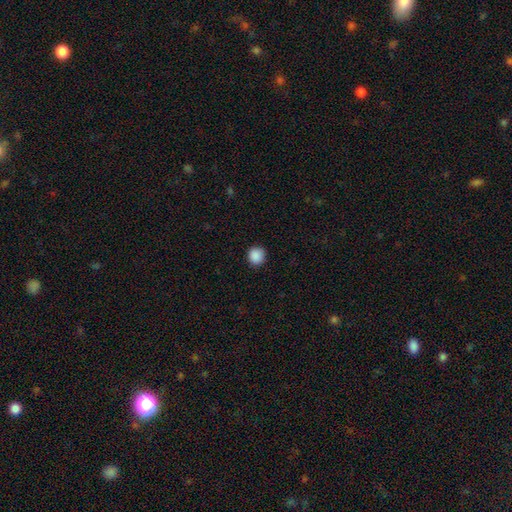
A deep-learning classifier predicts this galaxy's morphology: smooth_or_featured: smooth (p=0.89) [alt: star or artifact p=0.09]
how_rounded: round (p=0.92) [alt: in between p=0.07]
merging: none (p=0.90) [alt: minor disturbance p=0.07]